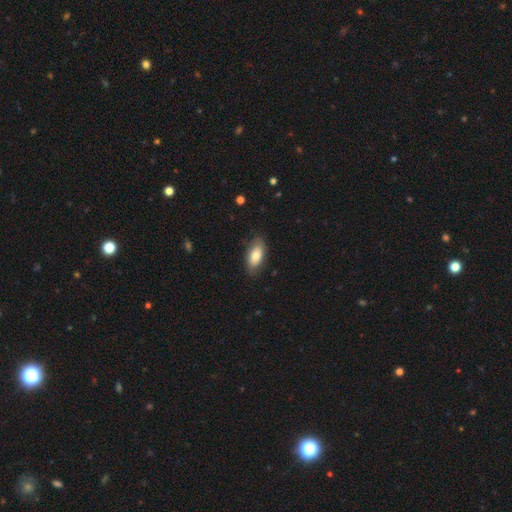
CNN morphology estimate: Q: Smooth or featured?
A: smooth (76%); runner-up: featured or disk (18%)
Q: How rounded?
A: in between (91%); runner-up: cigar-shaped (7%)
Q: Merging?
A: none (82%); runner-up: minor disturbance (14%)